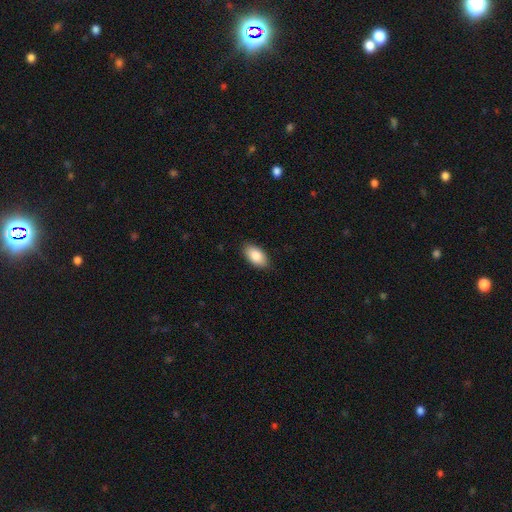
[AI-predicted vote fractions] The model was most divided on "merging": none: 88%, minor disturbance: 9%, major disturbance: 2%, merger: 1%. More confident: how rounded — in between (94%); smooth or featured — smooth (86%).